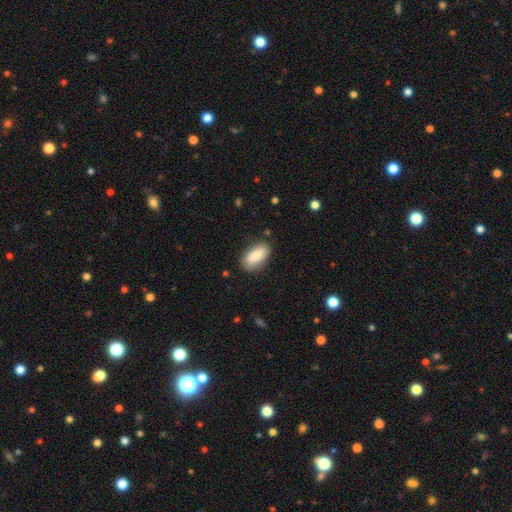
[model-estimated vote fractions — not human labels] A smooth galaxy with no disk features (83%) that is in between round and cigar-shaped (92%). Merging: none (79%).